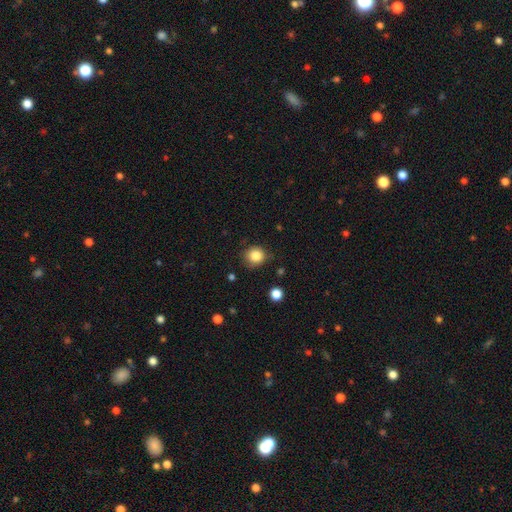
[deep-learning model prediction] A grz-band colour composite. It shows a smooth galaxy with no disk features (85%) that is round (87%). Merging: none (78%).